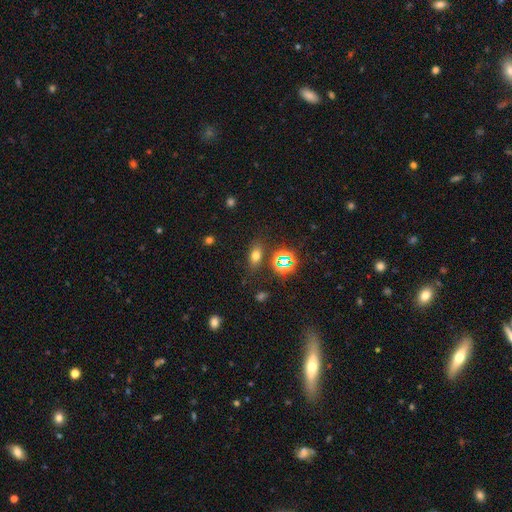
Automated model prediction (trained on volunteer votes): Smooth or featured? Predicted: smooth (p=0.64). How rounded? Predicted: in between (p=0.77). Merging? Predicted: none (p=0.80).